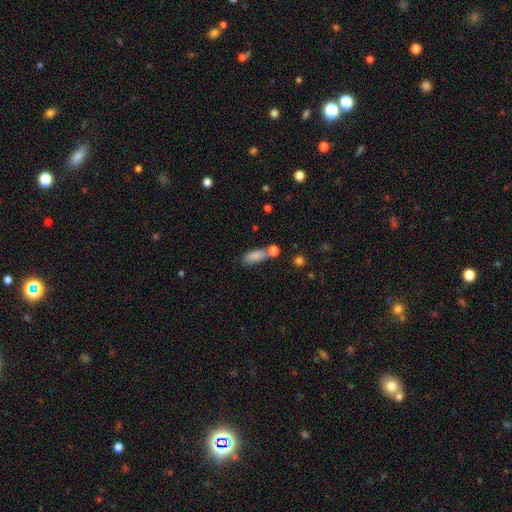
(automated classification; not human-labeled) A smooth galaxy with no disk features (82%) that is in between round and cigar-shaped (74%).

Vote fractions:
- Smooth or featured? smooth: 82% / featured or disk: 10% / star or artifact: 8%
- How rounded? in between: 74% / cigar-shaped: 23% / round: 3%
- Merging? none: 60% / merger: 19% / minor disturbance: 16% / major disturbance: 5%